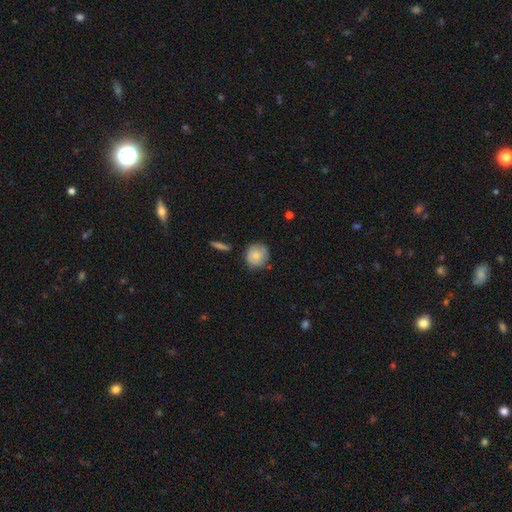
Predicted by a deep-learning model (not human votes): Smooth or featured? Predicted: smooth (p=0.74). How rounded? Predicted: round (p=0.89). Merging? Predicted: none (p=0.74).